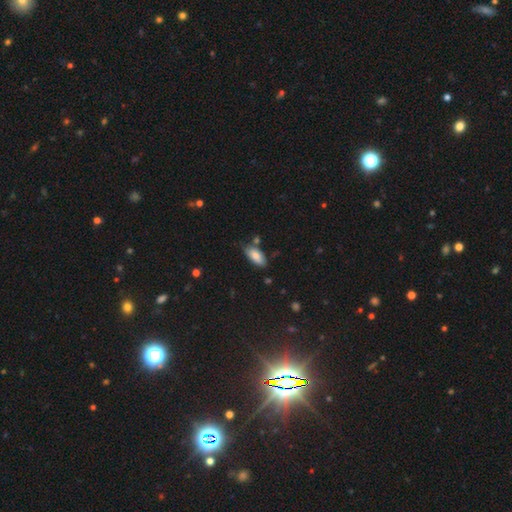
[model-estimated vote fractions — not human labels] Q: Smooth or featured?
A: smooth (80%); runner-up: featured or disk (13%)
Q: How rounded?
A: in between (87%); runner-up: cigar-shaped (11%)
Q: Merging?
A: none (68%); runner-up: minor disturbance (23%)